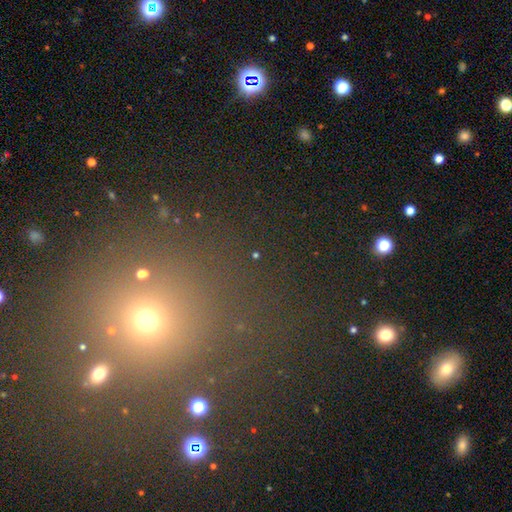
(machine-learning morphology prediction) Q: Smooth or featured?
A: star or artifact (63%); runner-up: smooth (26%)